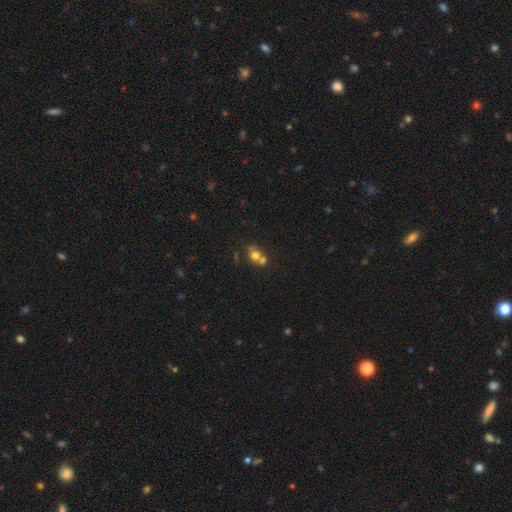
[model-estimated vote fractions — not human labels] Smooth or featured: smooth — 66% (featured or disk — 20%)
How rounded: round — 70% (in between — 28%)
Merging: merger — 52% (none — 36%)